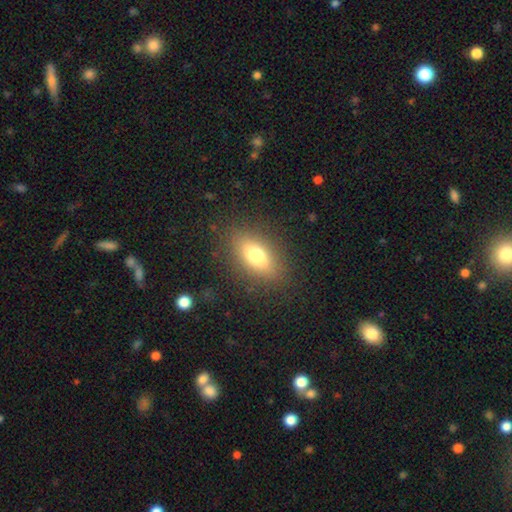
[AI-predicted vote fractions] smooth_or_featured: smooth (p=0.71) [alt: featured or disk p=0.18]
how_rounded: in between (p=0.79) [alt: round p=0.11]
merging: none (p=0.85) [alt: minor disturbance p=0.10]